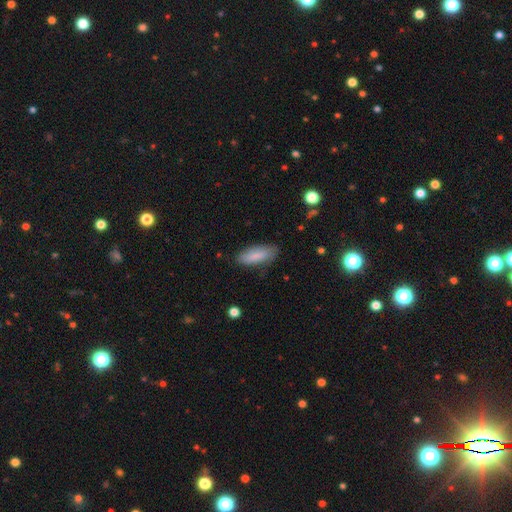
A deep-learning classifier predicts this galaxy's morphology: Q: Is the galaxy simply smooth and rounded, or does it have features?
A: smooth — 84%.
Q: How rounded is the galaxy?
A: in between — 73%.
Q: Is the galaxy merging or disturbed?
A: none — 78%.